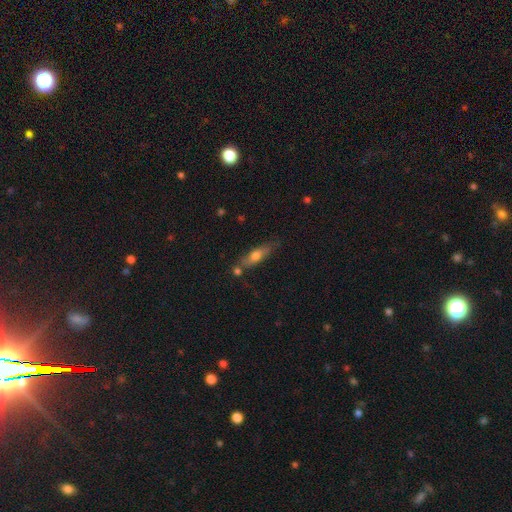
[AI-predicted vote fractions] Morphology: type=smooth (59%); roundness=cigar-shaped (53%); merging=none (63%).